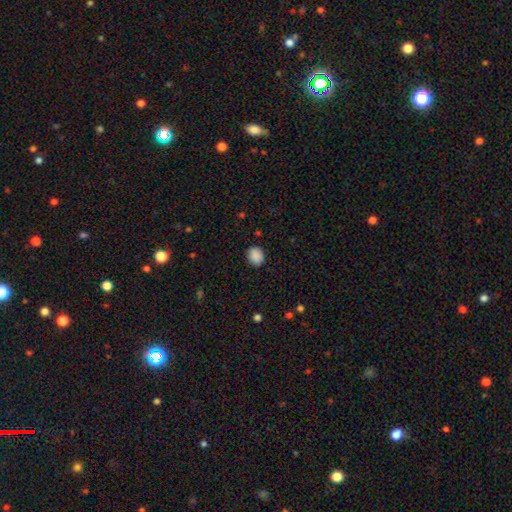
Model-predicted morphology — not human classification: Smooth or featured? smooth (89%)
How rounded? round (58%)
Merging? none (88%)